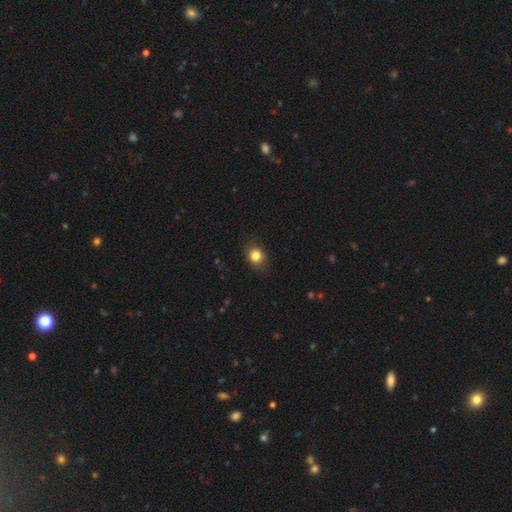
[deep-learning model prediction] Morphology: type=smooth (84%); roundness=round (65%); merging=none (82%).